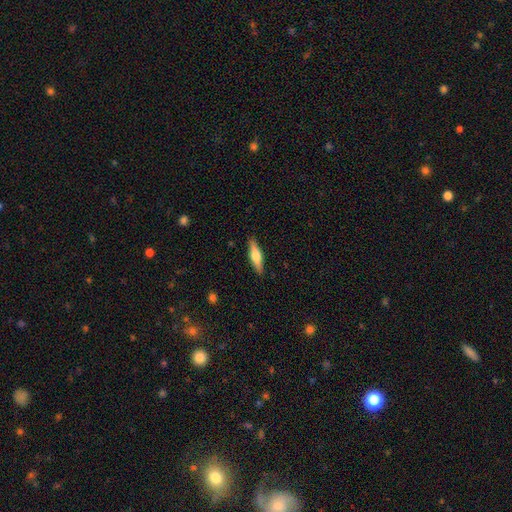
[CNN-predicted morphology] This is possibly a smooth galaxy (51%). How rounded: likely cigar-shaped (68%). Merging: clearly none (89%).